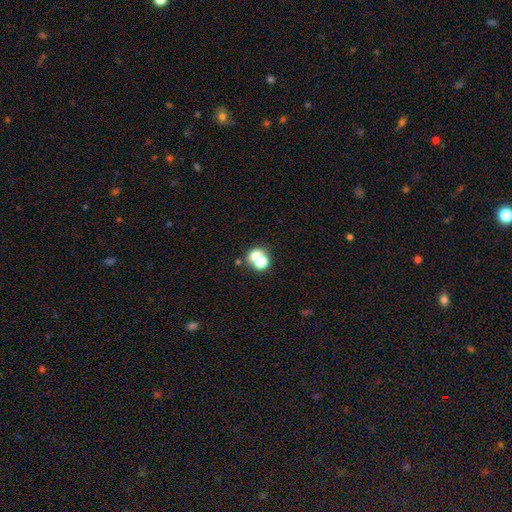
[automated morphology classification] Overall: smooth (64%). How rounded: round (66%; in between 33%). Merging: merger (53%; none 36%).